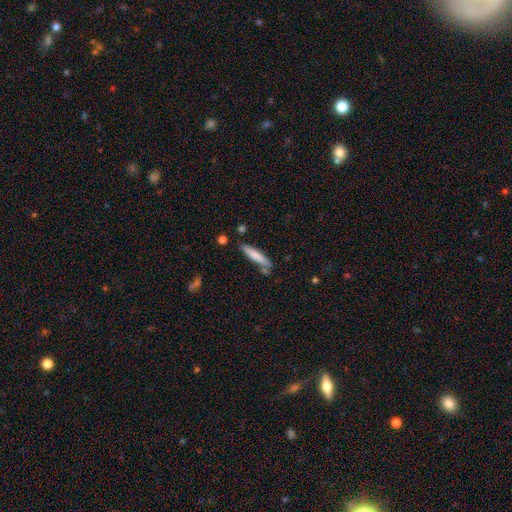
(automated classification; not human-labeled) smooth_or_featured: smooth (p=0.72) [alt: featured or disk p=0.23]
how_rounded: cigar-shaped (p=0.89) [alt: in between p=0.10]
merging: none (p=0.74) [alt: minor disturbance p=0.16]